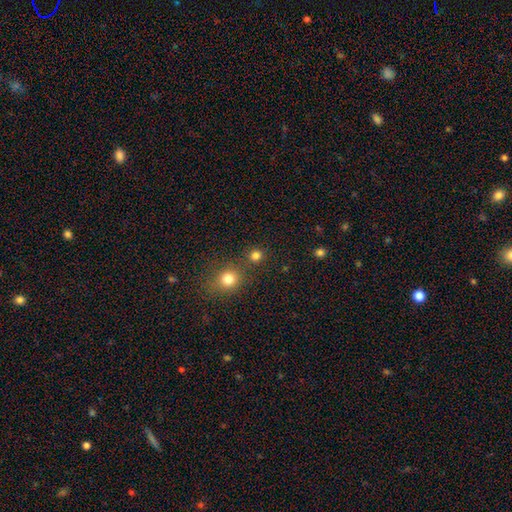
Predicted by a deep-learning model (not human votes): Q: Smooth or featured?
A: smooth (80%); runner-up: star or artifact (16%)
Q: How rounded?
A: round (91%); runner-up: in between (8%)
Q: Merging?
A: none (78%); runner-up: merger (13%)